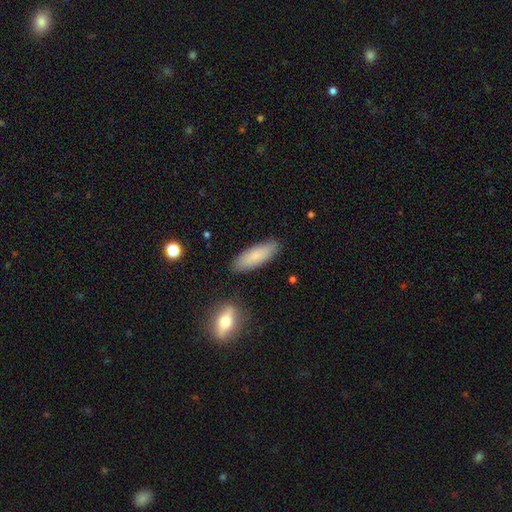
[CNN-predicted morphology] Smooth or featured: smooth — 80% (featured or disk — 14%)
How rounded: in between — 58% (cigar-shaped — 40%)
Merging: none — 84% (minor disturbance — 11%)